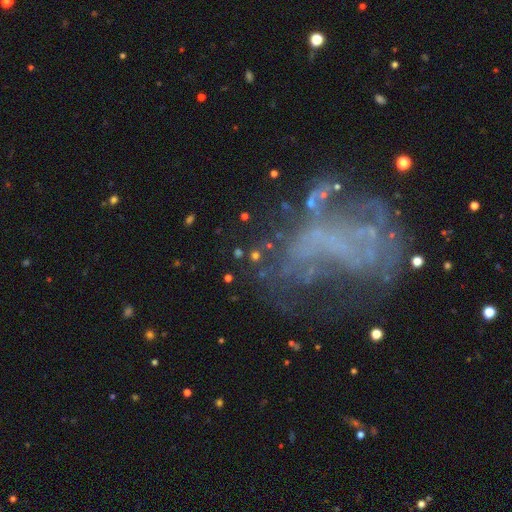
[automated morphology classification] type=featured or disk (36%); merging=none (61%).